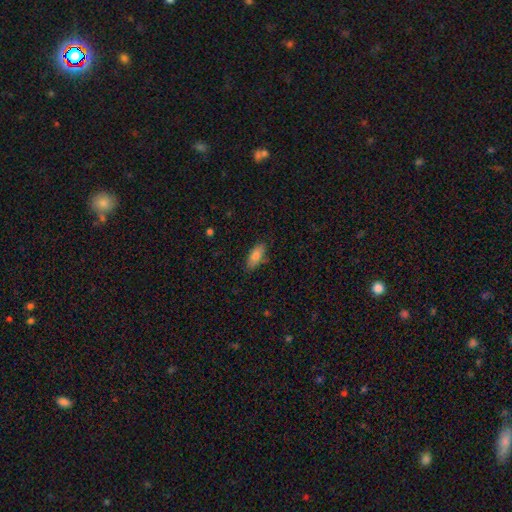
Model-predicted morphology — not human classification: smooth-or-featured: smooth: 81% | featured or disk: 12% | star or artifact: 7%
  how-rounded: in between: 78% | cigar-shaped: 20% | round: 2%
  merging: none: 78% | minor disturbance: 16% | major disturbance: 3% | merger: 3%